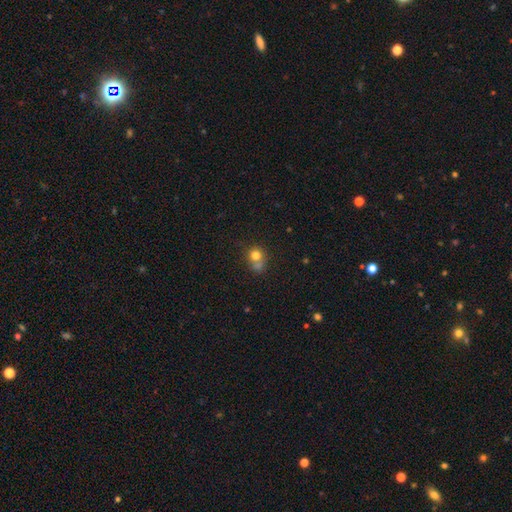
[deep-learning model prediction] Smooth or featured: smooth — 75% (featured or disk — 13%)
How rounded: round — 81% (in between — 18%)
Merging: merger — 46% (none — 39%)